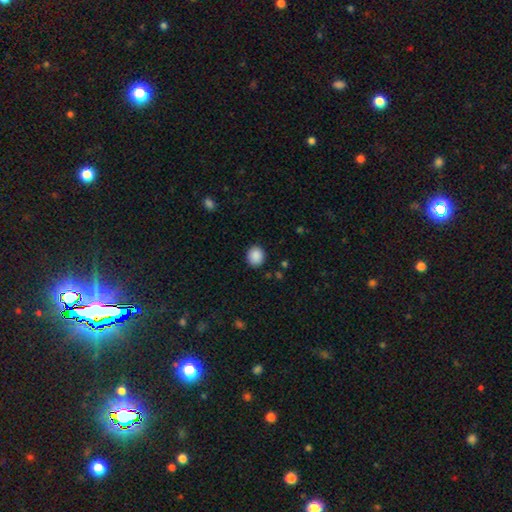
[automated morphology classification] Smooth or featured: smooth — 89% (star or artifact — 8%)
How rounded: round — 78% (in between — 22%)
Merging: none — 89% (minor disturbance — 8%)